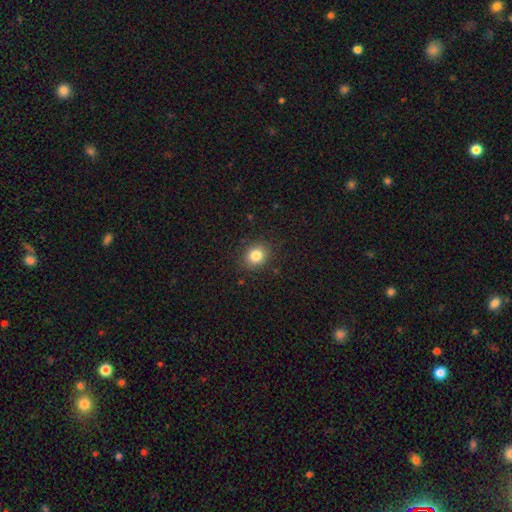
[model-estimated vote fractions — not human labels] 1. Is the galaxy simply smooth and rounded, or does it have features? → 83% smooth, 11% star or artifact, 6% featured or disk.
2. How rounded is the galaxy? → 66% round, 33% in between, 1% cigar-shaped.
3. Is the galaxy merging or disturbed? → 88% none, 9% minor disturbance, 3% major disturbance, 1% merger.